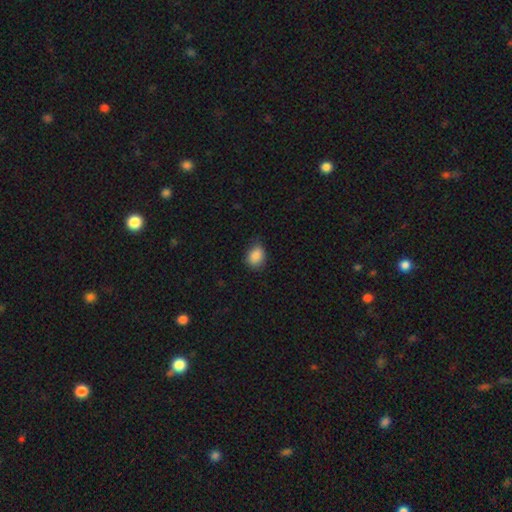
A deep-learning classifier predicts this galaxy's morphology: Smooth or featured? Predicted: smooth (p=0.87). How rounded? Predicted: in between (p=0.54). Merging? Predicted: none (p=0.71).